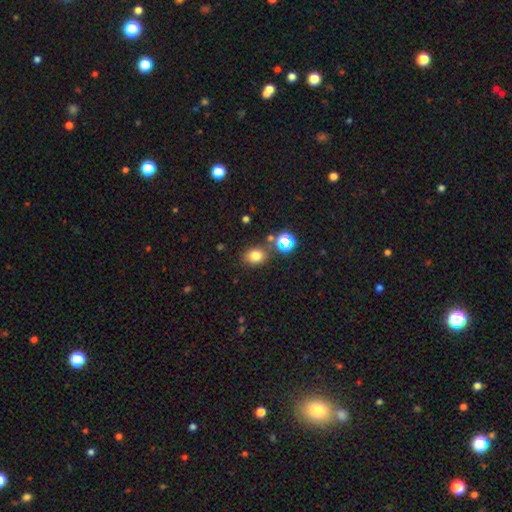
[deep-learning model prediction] A smooth galaxy with no disk features (76%) that is round (58%). Merging: none (75%).